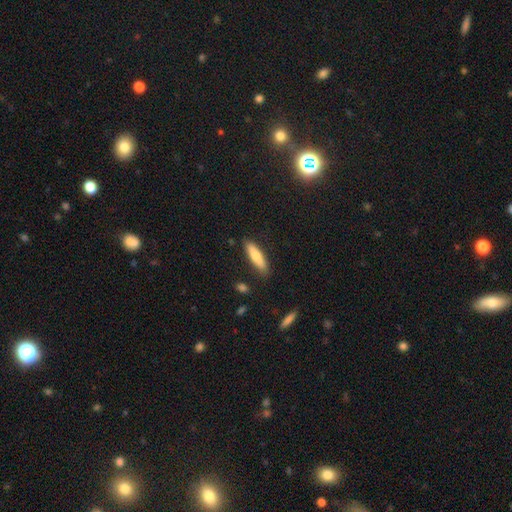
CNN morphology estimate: A smooth galaxy with no disk features (73%) that is cigar-shaped (73%).

Vote fractions:
- Smooth or featured? smooth: 73% / featured or disk: 21% / star or artifact: 6%
- How rounded? cigar-shaped: 73% / in between: 26% / round: 2%
- Merging? none: 85% / minor disturbance: 11% / major disturbance: 2% / merger: 2%